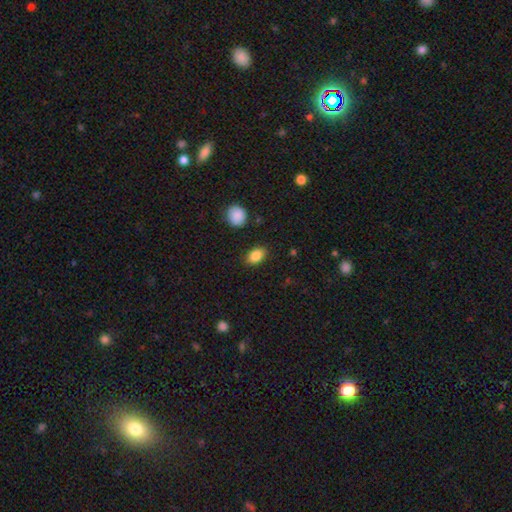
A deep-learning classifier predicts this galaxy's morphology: smooth 86%, star or artifact 8%, featured or disk 6%. Down the decision tree: how rounded — in between (86%); merging — none (86%).